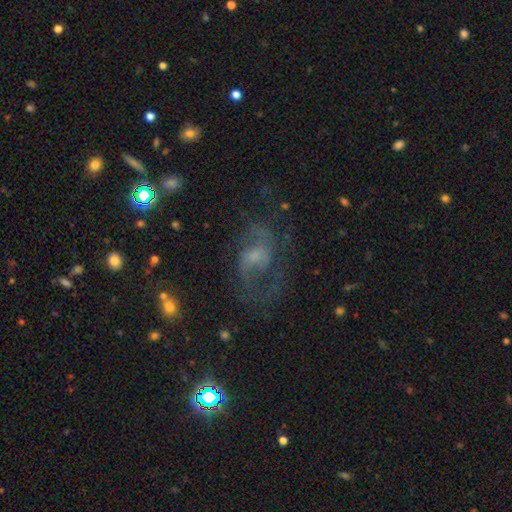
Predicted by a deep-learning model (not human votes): Morphology: type=featured or disk (69%); edge-on=no (97%); bar=no (48%); spiral arms=yes (81%); winding=medium (47%); arm count=2 (68%); bulge=small (45%); merging=none (54%).